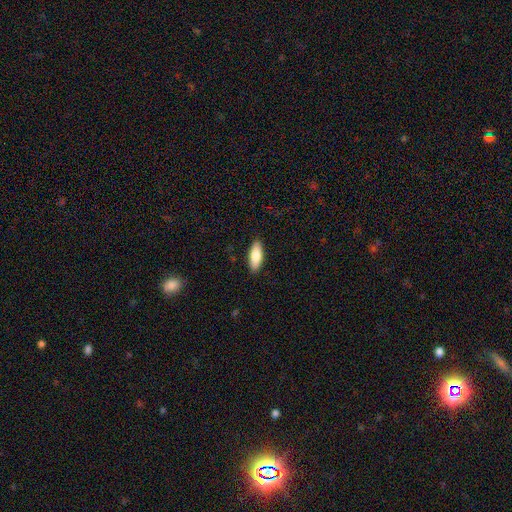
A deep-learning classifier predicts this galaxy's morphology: smooth_or_featured: smooth (p=0.80) [alt: featured or disk p=0.14]
how_rounded: in between (p=0.68) [alt: cigar-shaped p=0.30]
merging: none (p=0.90) [alt: minor disturbance p=0.08]